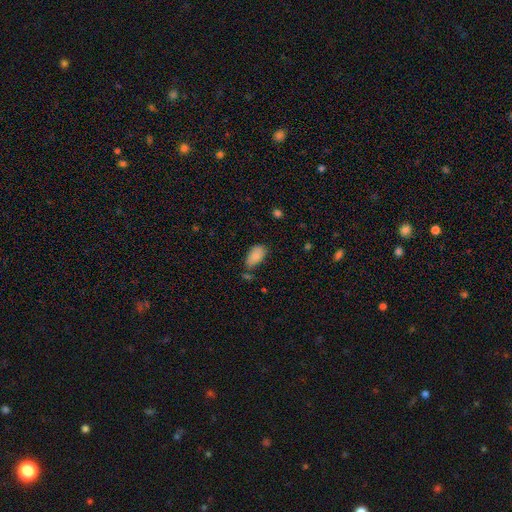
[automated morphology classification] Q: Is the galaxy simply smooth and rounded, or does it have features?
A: smooth — 86%.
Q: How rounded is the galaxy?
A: in between — 94%.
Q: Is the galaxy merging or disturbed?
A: none — 60%.